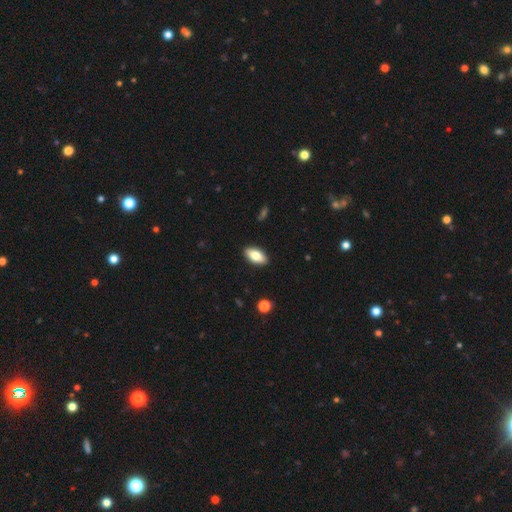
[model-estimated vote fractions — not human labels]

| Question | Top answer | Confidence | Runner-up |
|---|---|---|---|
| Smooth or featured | smooth | 75% | featured or disk (18%) |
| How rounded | in between | 89% | cigar-shaped (8%) |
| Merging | none | 90% | minor disturbance (7%) |